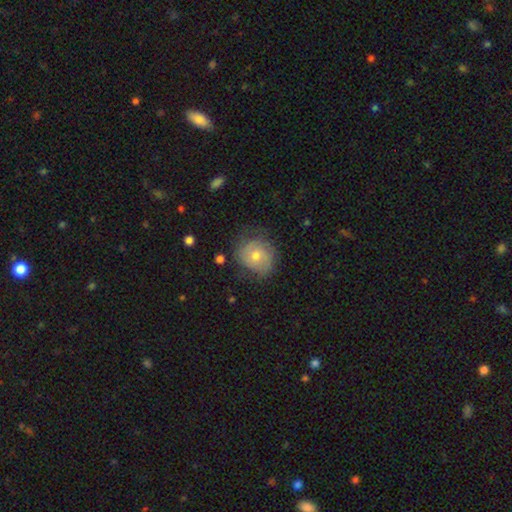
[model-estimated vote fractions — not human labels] Q: Smooth or featured?
A: smooth (52%); runner-up: featured or disk (40%)
Q: How rounded?
A: round (74%); runner-up: in between (25%)
Q: Merging?
A: none (63%); runner-up: minor disturbance (26%)